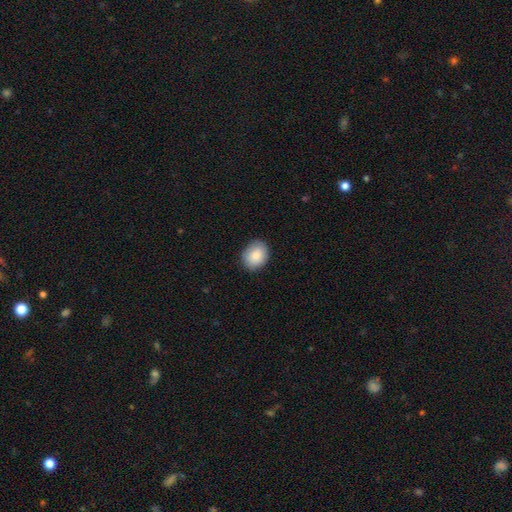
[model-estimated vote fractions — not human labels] Smooth or featured? smooth (85%)
How rounded? round (52%)
Merging? none (85%)